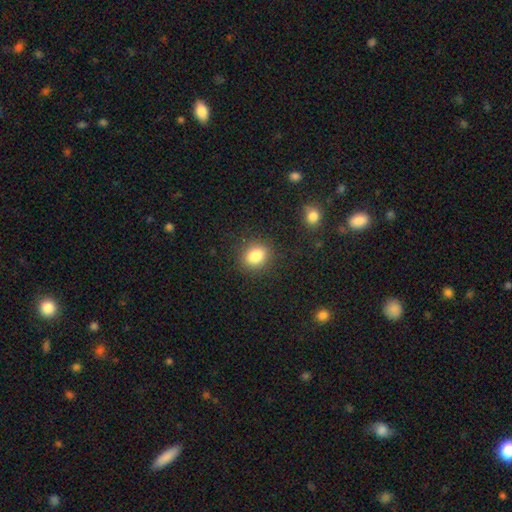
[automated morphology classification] smooth-or-featured: smooth: 84% | star or artifact: 11% | featured or disk: 5%
  how-rounded: round: 66% | in between: 33% | cigar-shaped: 1%
  merging: none: 87% | minor disturbance: 8% | major disturbance: 3% | merger: 1%